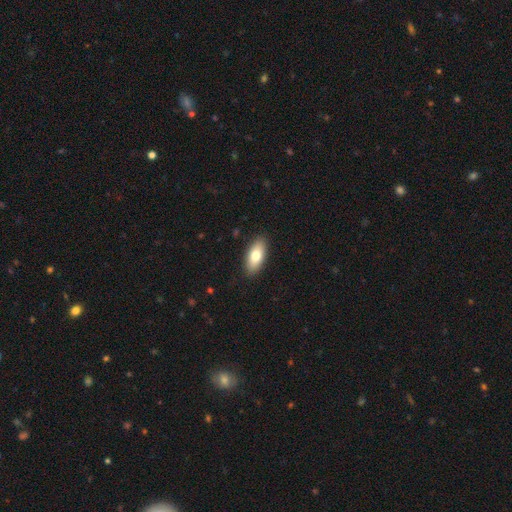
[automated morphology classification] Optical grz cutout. It shows a smooth galaxy with no disk features (78%) that is in between round and cigar-shaped (87%). Merging: none (89%).